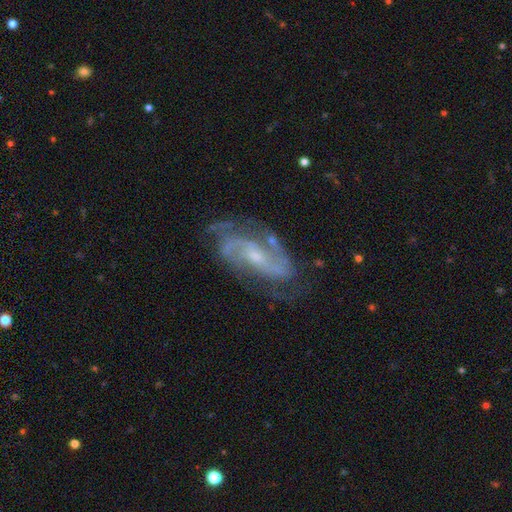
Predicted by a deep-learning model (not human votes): Morphology: type=featured or disk (88%); edge-on=no (95%); bar=no (44%); spiral arms=yes (97%); winding=medium (49%); arm count=2 (68%); bulge=small (63%); merging=none (69%).